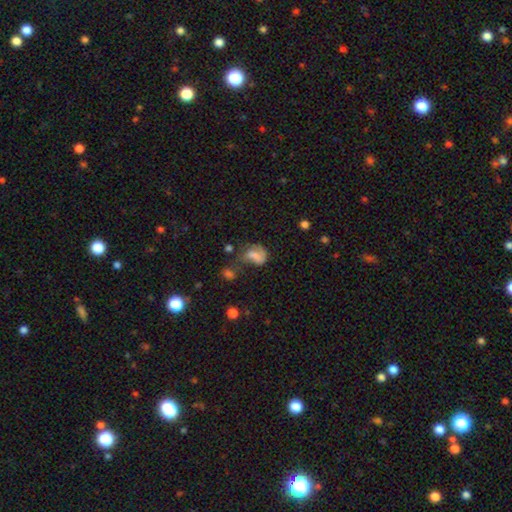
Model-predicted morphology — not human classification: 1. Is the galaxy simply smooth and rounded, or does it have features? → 58% smooth, 30% featured or disk, 12% star or artifact.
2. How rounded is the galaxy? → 71% in between, 27% round, 2% cigar-shaped.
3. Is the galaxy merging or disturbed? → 39% major disturbance, 26% none, 23% minor disturbance, 13% merger.